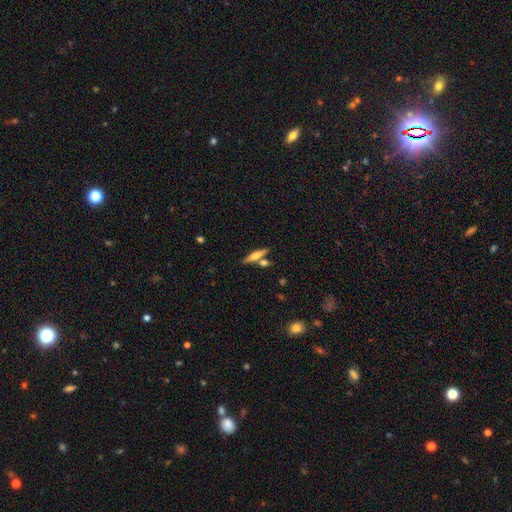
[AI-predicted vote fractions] The model was most divided on "smooth or featured": smooth: 51%, featured or disk: 42%, star or artifact: 7%. More confident: how rounded — cigar-shaped (81%); merging — none (70%).